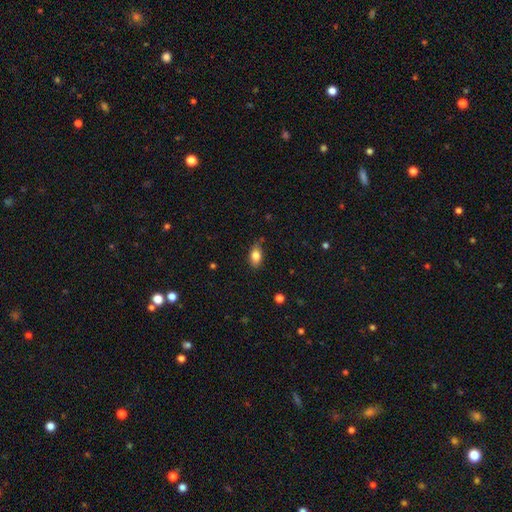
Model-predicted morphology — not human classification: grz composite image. It shows a smooth galaxy with no disk features (83%) that is in between round and cigar-shaped (87%). Merging: none (73%).